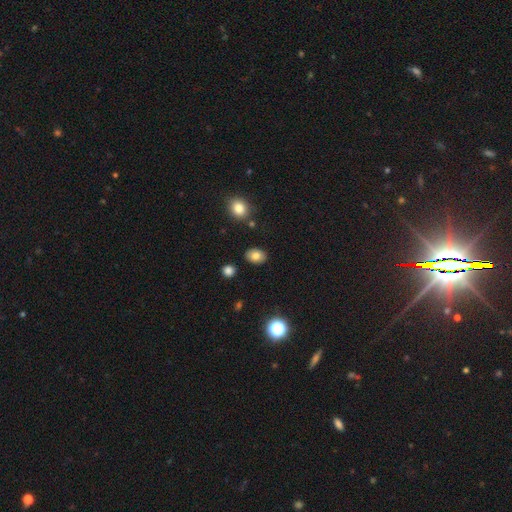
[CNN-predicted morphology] smooth-or-featured: smooth: 81% | star or artifact: 10% | featured or disk: 9%
  how-rounded: in between: 74% | round: 25% | cigar-shaped: 1%
  merging: none: 86% | minor disturbance: 9% | merger: 3% | major disturbance: 2%